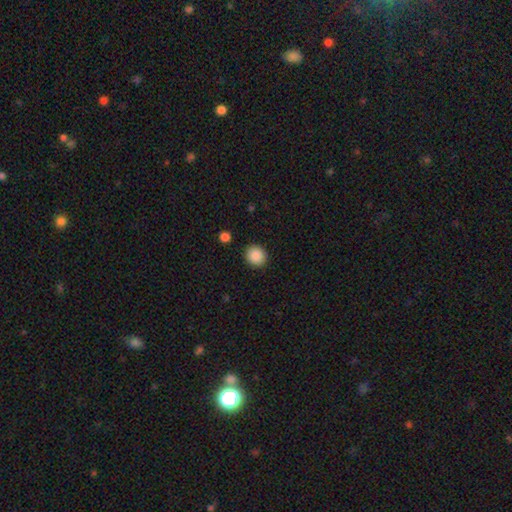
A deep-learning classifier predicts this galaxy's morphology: This is clearly a smooth galaxy (89%). How rounded: clearly round (84%). Merging: clearly none (91%).